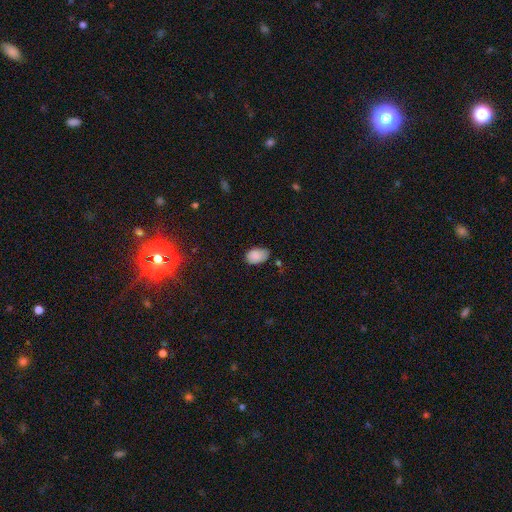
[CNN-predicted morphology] Smooth or featured? smooth (86%)
How rounded? in between (91%)
Merging? none (61%)